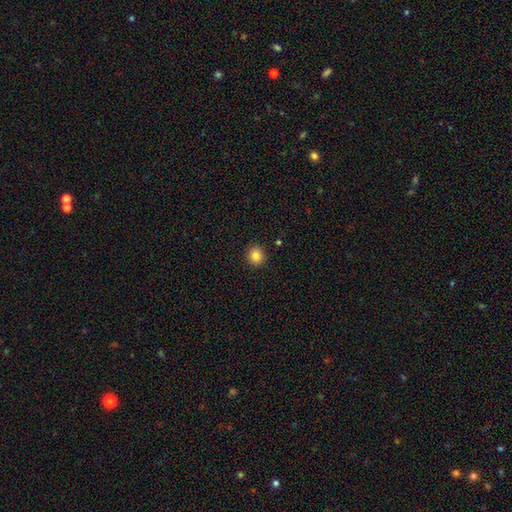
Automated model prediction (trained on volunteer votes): Smooth or featured?
  - smooth: 85% *
  - star or artifact: 10%
  - featured or disk: 5%
How rounded?
  - round: 89% *
  - in between: 10%
  - cigar-shaped: 1%
Merging?
  - none: 91% *
  - minor disturbance: 6%
  - major disturbance: 2%
  - merger: 1%